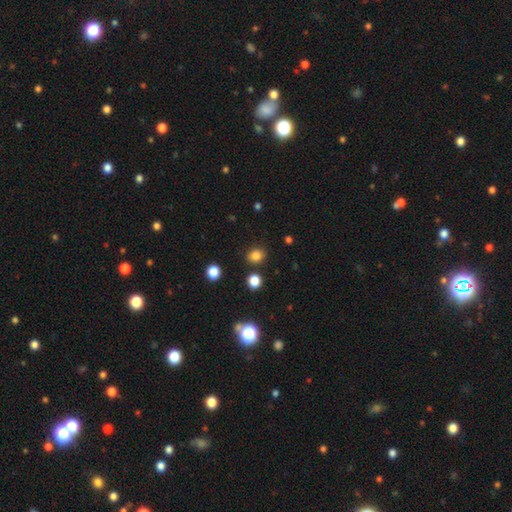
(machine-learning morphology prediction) Smooth or featured?
  - smooth: 82% *
  - star or artifact: 14%
  - featured or disk: 4%
How rounded?
  - round: 66% *
  - in between: 33%
  - cigar-shaped: 1%
Merging?
  - none: 85% *
  - minor disturbance: 8%
  - merger: 4%
  - major disturbance: 3%